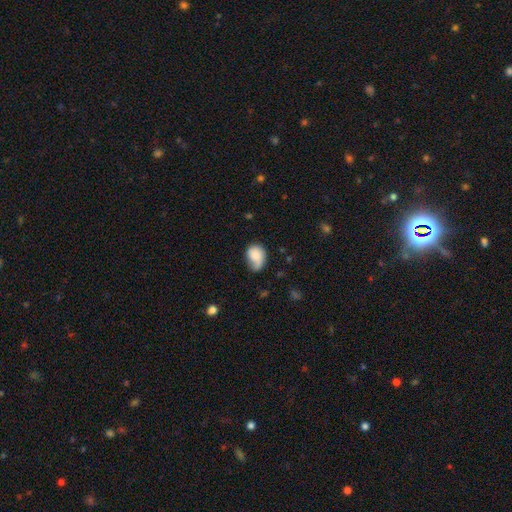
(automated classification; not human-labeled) smooth 71%, featured or disk 22%, star or artifact 8%. Down the decision tree: how rounded — in between (65%); merging — none (42%).